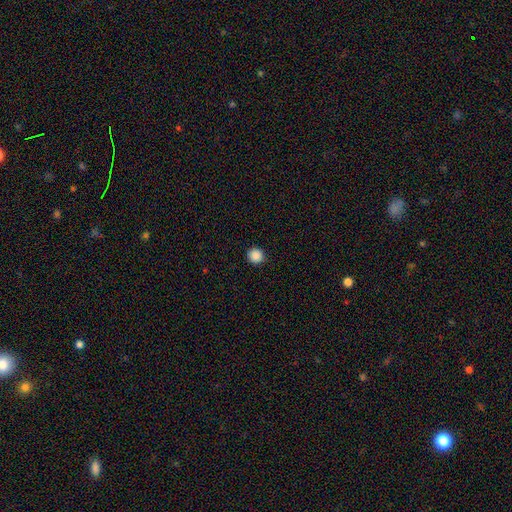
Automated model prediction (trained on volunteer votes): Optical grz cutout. It shows a smooth galaxy with no disk features (88%) that is round (93%). Merging: none (93%).